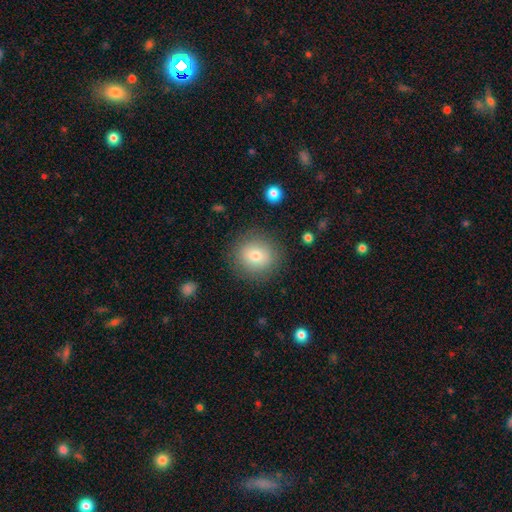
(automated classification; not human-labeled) The model was most divided on "smooth or featured": smooth: 77%, featured or disk: 13%, star or artifact: 10%. More confident: how rounded — round (88%); merging — none (86%).